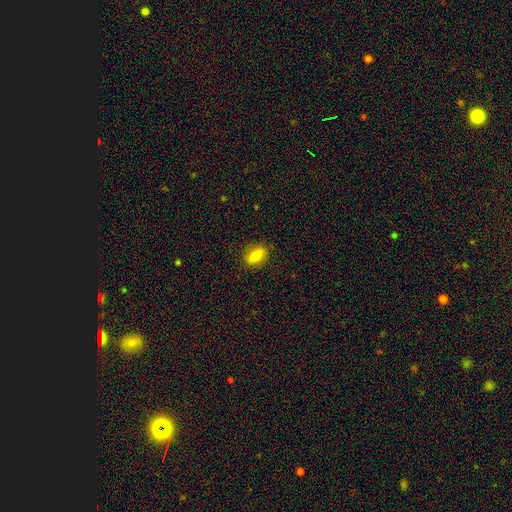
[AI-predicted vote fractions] Morphology: type=smooth (75%); roundness=in between (78%); merging=none (84%).